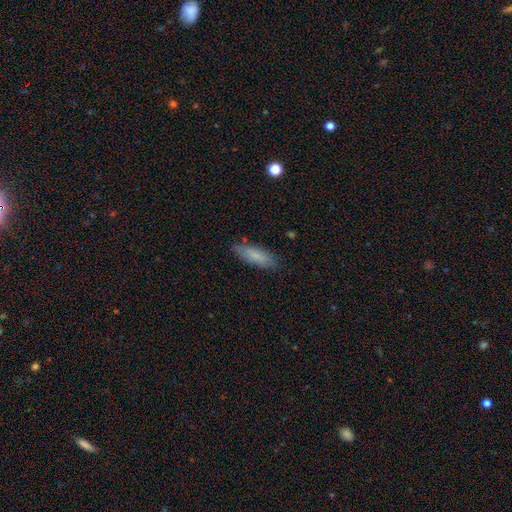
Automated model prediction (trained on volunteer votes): smooth_or_featured: smooth (p=0.81) [alt: featured or disk p=0.12]
how_rounded: in between (p=0.55) [alt: cigar-shaped p=0.43]
merging: none (p=0.82) [alt: minor disturbance p=0.14]